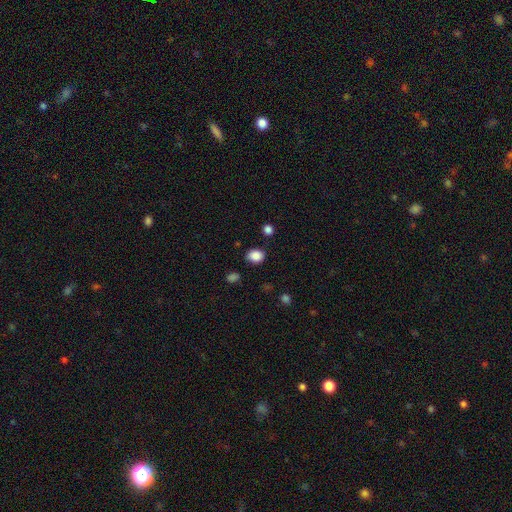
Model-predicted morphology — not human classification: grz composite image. It shows a smooth galaxy with no disk features (87%) that is in between round and cigar-shaped (50%). Merging: none (80%).